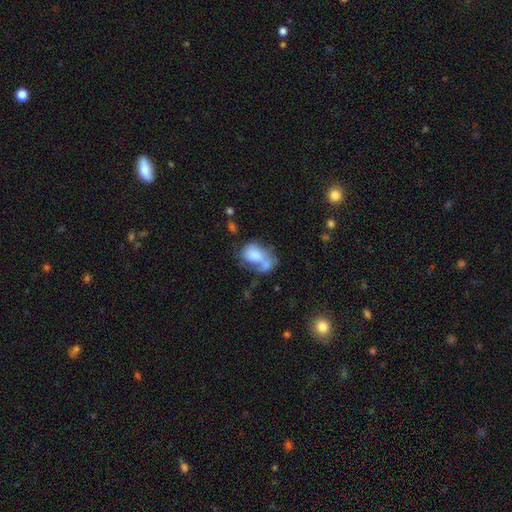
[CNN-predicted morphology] type=smooth (67%); roundness=in between (75%); merging=merger (47%).